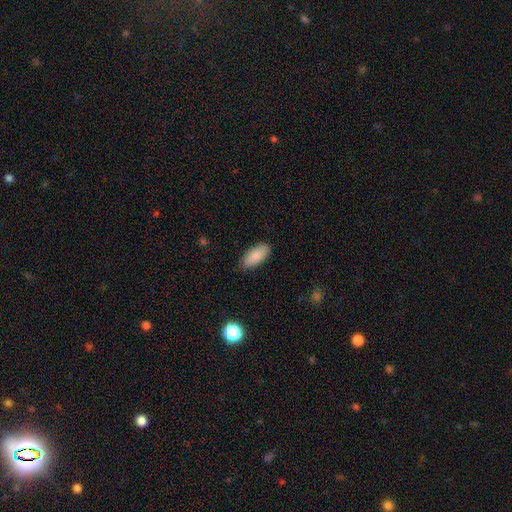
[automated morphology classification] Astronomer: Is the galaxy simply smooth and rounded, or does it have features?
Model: smooth — 85%.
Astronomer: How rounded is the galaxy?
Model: in between — 89%.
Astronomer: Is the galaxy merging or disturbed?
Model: none — 85%.